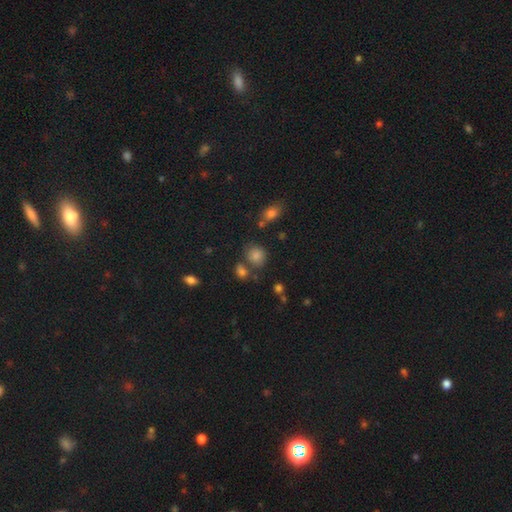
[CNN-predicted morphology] The model was most divided on "how rounded": round: 74%, in between: 25%, cigar-shaped: 1%. More confident: smooth or featured — smooth (72%); merging — none (68%).